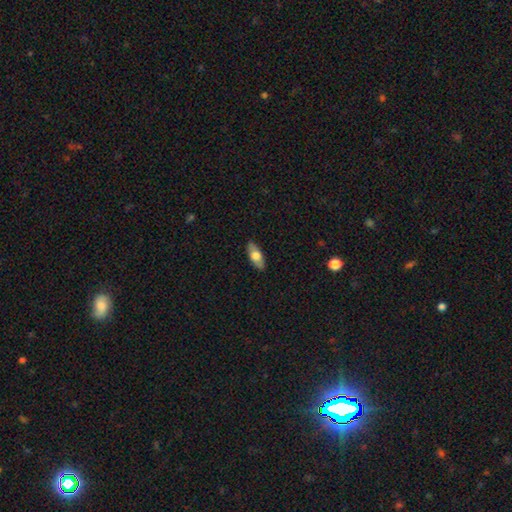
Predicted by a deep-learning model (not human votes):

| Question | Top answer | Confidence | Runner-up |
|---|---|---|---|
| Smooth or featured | smooth | 64% | featured or disk (30%) |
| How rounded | in between | 80% | cigar-shaped (17%) |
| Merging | none | 87% | minor disturbance (10%) |